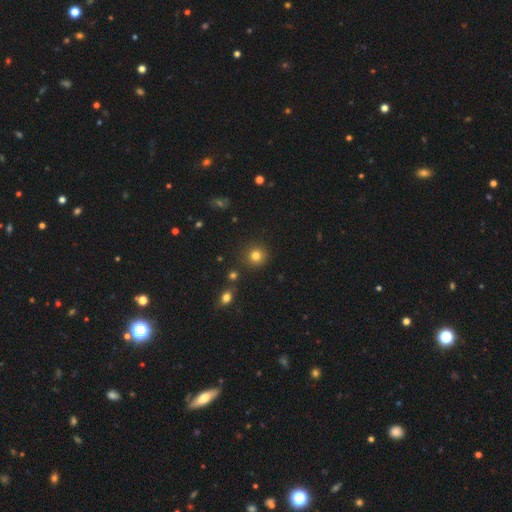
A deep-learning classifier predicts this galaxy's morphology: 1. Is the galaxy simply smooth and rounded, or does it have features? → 80% smooth, 13% star or artifact, 7% featured or disk.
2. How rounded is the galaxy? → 92% round, 7% in between, 1% cigar-shaped.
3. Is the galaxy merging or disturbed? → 87% none, 7% minor disturbance, 3% merger, 3% major disturbance.